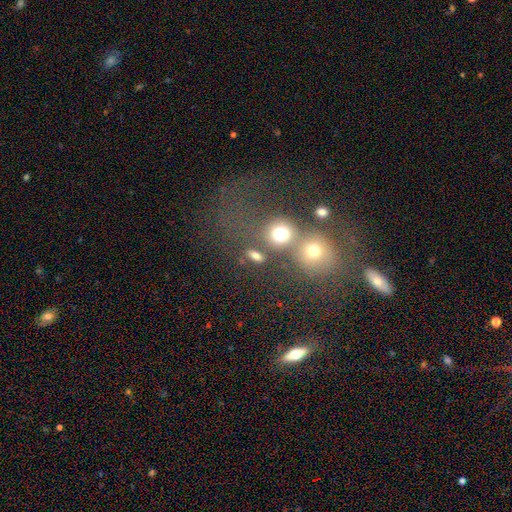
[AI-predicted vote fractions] smooth-or-featured: smooth: 73% | star or artifact: 16% | featured or disk: 10%
  how-rounded: in between: 61% | round: 33% | cigar-shaped: 6%
  merging: none: 62% | merger: 21% | minor disturbance: 10% | major disturbance: 7%